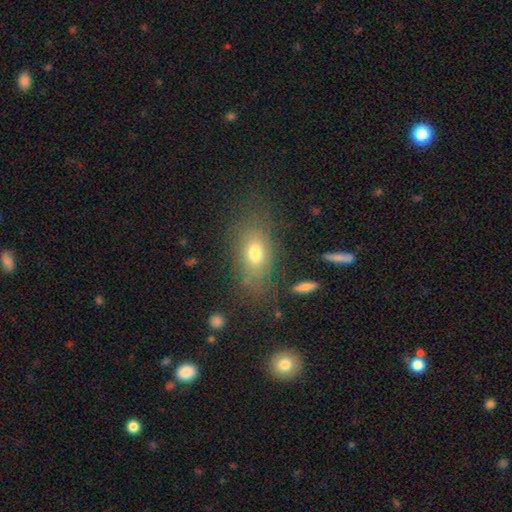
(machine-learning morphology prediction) Q: Smooth or featured?
A: smooth (67%); runner-up: featured or disk (21%)
Q: How rounded?
A: in between (81%); runner-up: round (14%)
Q: Merging?
A: none (69%); runner-up: minor disturbance (17%)